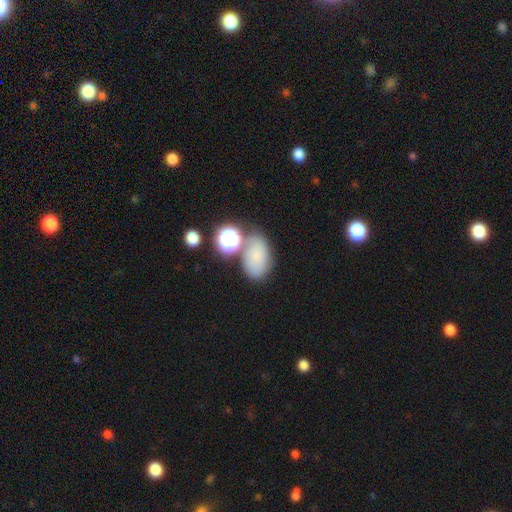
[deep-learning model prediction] Smooth or featured? smooth (72%)
How rounded? in between (84%)
Merging? none (59%)